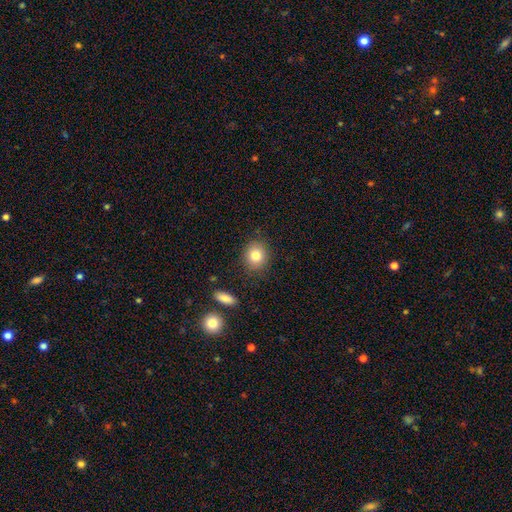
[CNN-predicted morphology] The model was most divided on "how rounded": round: 71%, in between: 28%, cigar-shaped: 1%. More confident: merging — none (86%); smooth or featured — smooth (82%).